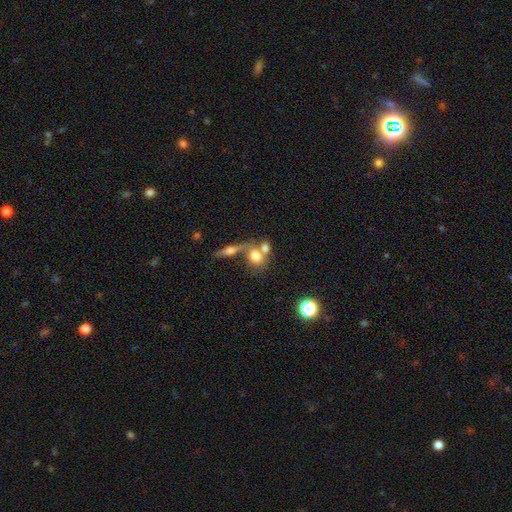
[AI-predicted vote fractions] This appears to be a smooth galaxy with no disk features (68%) that is round (53%). Merging: merger (50%).